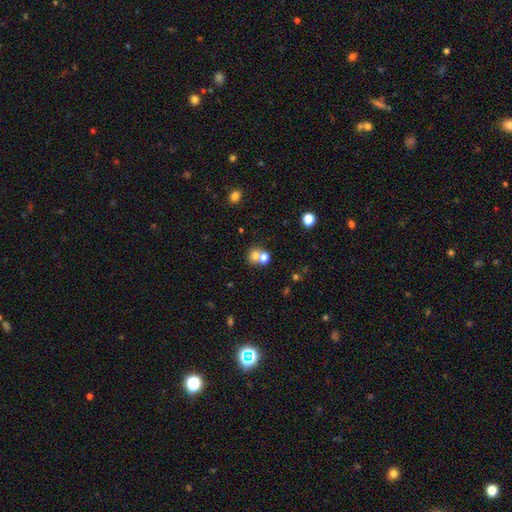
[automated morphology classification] The model was most divided on "merging": merger: 49%, none: 41%, minor disturbance: 6%, major disturbance: 3%. More confident: how rounded — round (80%); smooth or featured — smooth (70%).